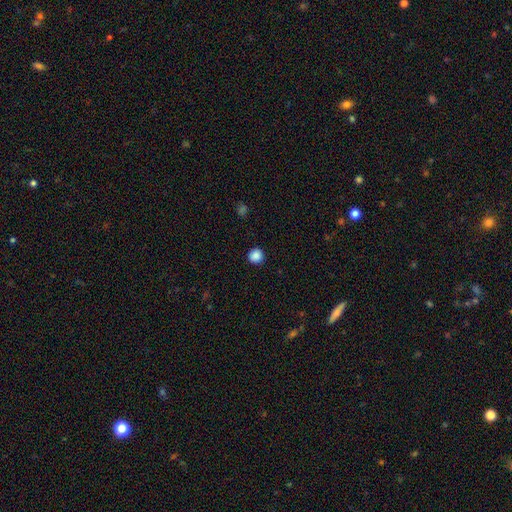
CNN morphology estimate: Overall: smooth (87%). How rounded: round (95%). Merging: none (93%).